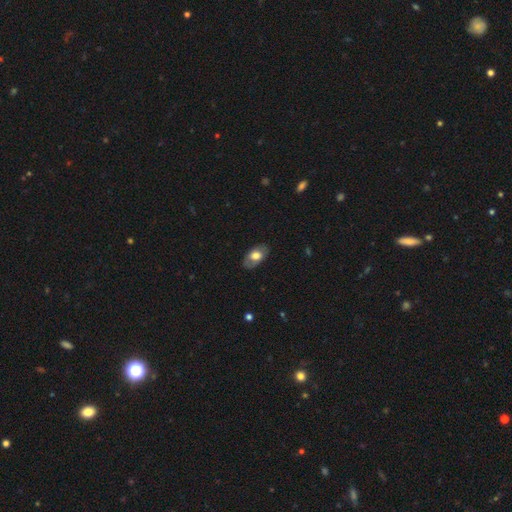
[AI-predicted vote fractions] Q: Smooth or featured?
A: smooth (60%); runner-up: featured or disk (33%)
Q: How rounded?
A: in between (92%); runner-up: round (6%)
Q: Merging?
A: none (80%); runner-up: minor disturbance (15%)